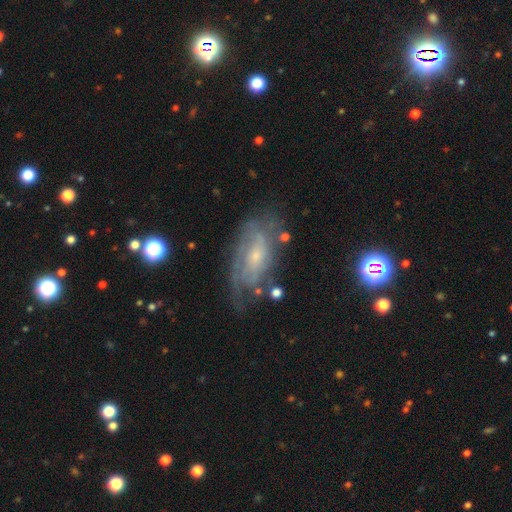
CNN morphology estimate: smooth_or_featured: featured or disk (p=0.72) [alt: smooth p=0.20]
disk_edge_on: no (p=0.91) [alt: yes p=0.09]
bar: no (p=0.66) [alt: weak p=0.29]
has_spiral_arms: yes (p=0.81) [alt: no p=0.19]
spiral_winding: tight (p=0.52) [alt: medium p=0.34]
spiral_arm_count: can't tell (p=0.57) [alt: 2 p=0.22]
bulge_size: small (p=0.66) [alt: moderate p=0.27]
merging: none (p=0.60) [alt: minor disturbance p=0.24]